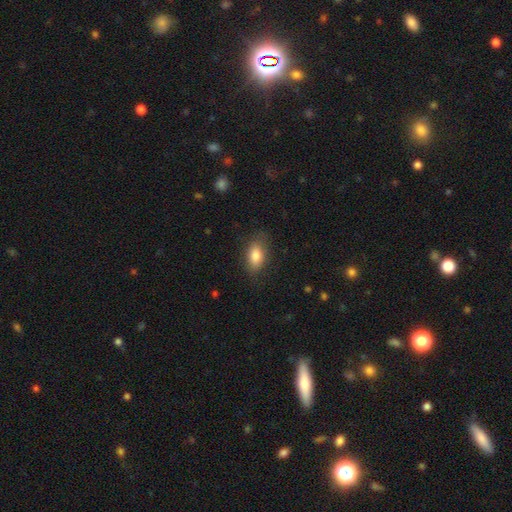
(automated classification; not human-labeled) The model was most divided on "merging": none: 77%, minor disturbance: 17%, major disturbance: 5%, merger: 1%. More confident: how rounded — in between (87%); smooth or featured — smooth (82%).